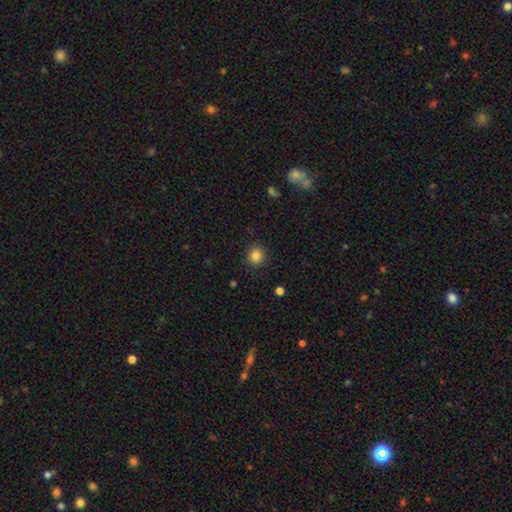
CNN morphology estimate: smooth 84%, star or artifact 11%, featured or disk 5%. Down the decision tree: how rounded — round (86%); merging — none (90%).